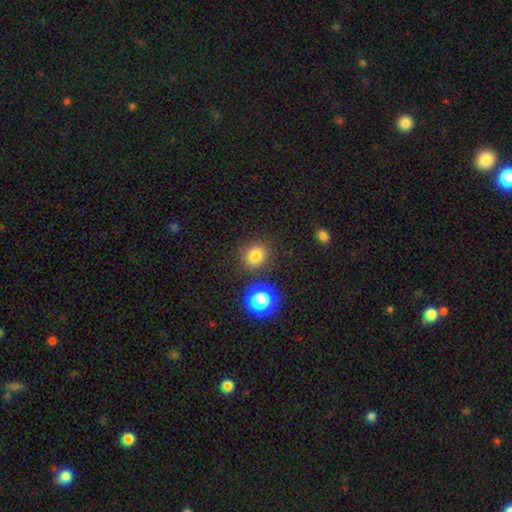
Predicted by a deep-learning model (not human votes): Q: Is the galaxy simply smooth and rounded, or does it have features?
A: smooth — 78%.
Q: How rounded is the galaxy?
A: round — 87%.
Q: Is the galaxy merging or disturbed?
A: none — 82%.